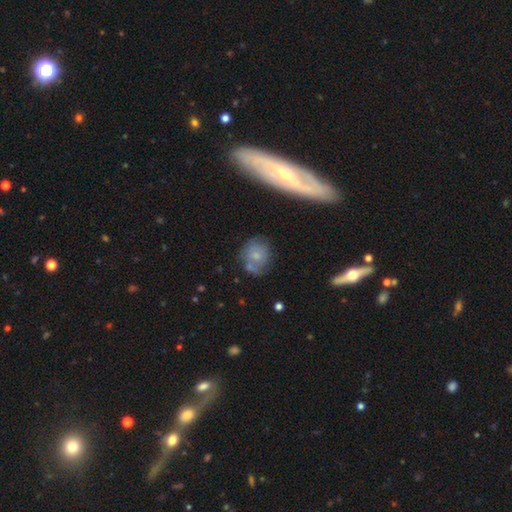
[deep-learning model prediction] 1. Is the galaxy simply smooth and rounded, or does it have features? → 59% smooth, 30% featured or disk, 11% star or artifact.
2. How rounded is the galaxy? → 67% round, 32% in between, 2% cigar-shaped.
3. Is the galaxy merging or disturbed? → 57% none, 21% minor disturbance, 13% merger, 9% major disturbance.